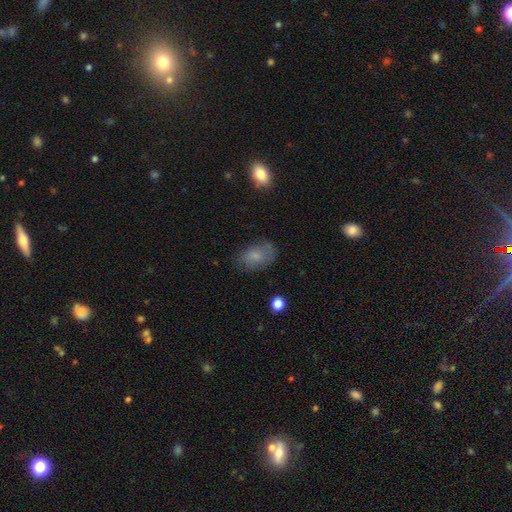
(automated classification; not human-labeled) Overall: smooth (73%). How rounded: in between (87%). Merging: none (64%; minor disturbance 25%).